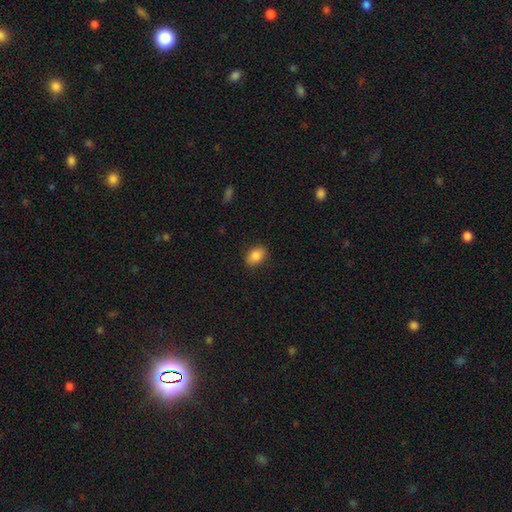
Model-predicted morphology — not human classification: This is clearly a smooth galaxy (85%). How rounded: likely in between (71%). Merging: clearly none (84%).